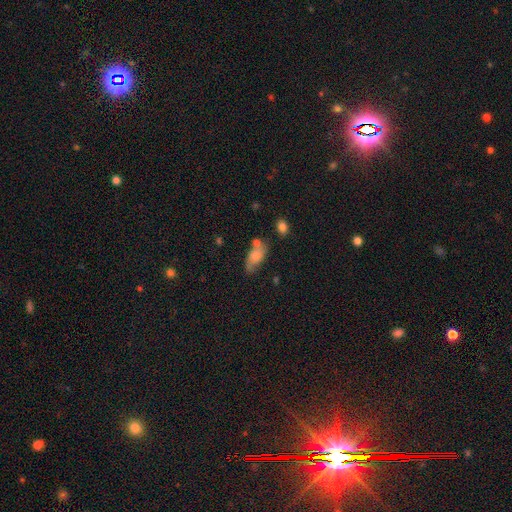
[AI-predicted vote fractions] smooth-or-featured: smooth: 69% | featured or disk: 23% | star or artifact: 8%
  how-rounded: in between: 87% | cigar-shaped: 8% | round: 5%
  merging: none: 53% | minor disturbance: 25% | merger: 14% | major disturbance: 8%